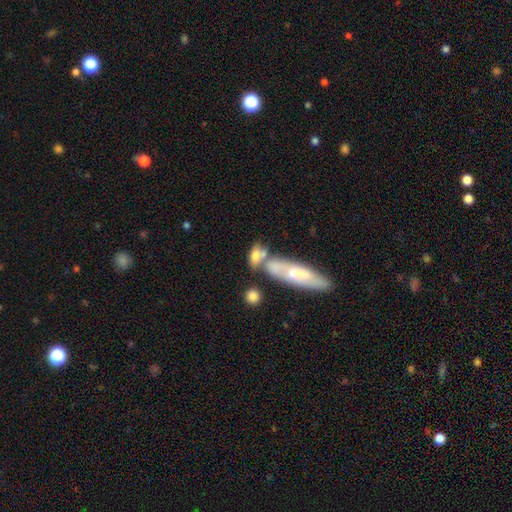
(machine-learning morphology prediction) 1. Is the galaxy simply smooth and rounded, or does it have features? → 67% smooth, 24% featured or disk, 9% star or artifact.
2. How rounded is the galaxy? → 67% in between, 23% cigar-shaped, 10% round.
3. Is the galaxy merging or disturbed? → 40% merger, 39% none, 14% minor disturbance, 8% major disturbance.